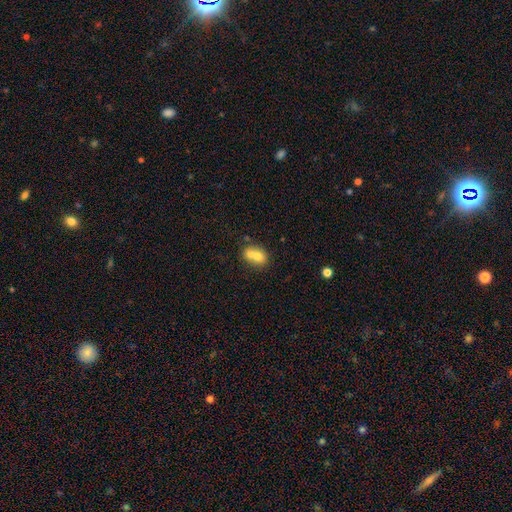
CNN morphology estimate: smooth-or-featured: smooth: 68% | featured or disk: 22% | star or artifact: 10%
  how-rounded: round: 52% | in between: 47% | cigar-shaped: 1%
  merging: merger: 63% | none: 28% | minor disturbance: 7% | major disturbance: 3%